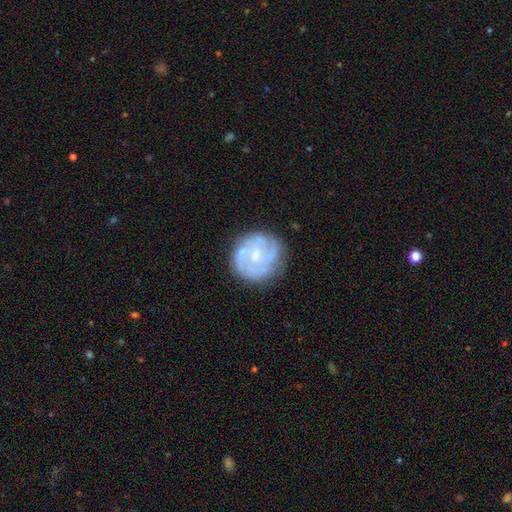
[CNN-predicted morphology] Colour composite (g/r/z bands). It shows a featured or disk galaxy (68%) with no bar (69%), spiral arms (70%) and a small central bulge (51%). Merging: none (71%).